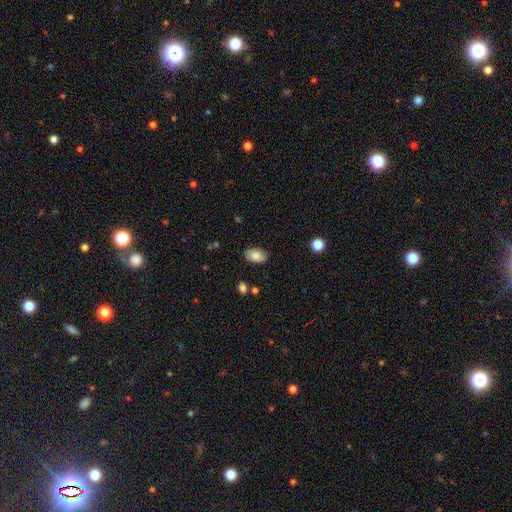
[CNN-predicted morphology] Smooth or featured: smooth — 85% (featured or disk — 8%)
How rounded: in between — 92% (round — 7%)
Merging: none — 84% (minor disturbance — 12%)